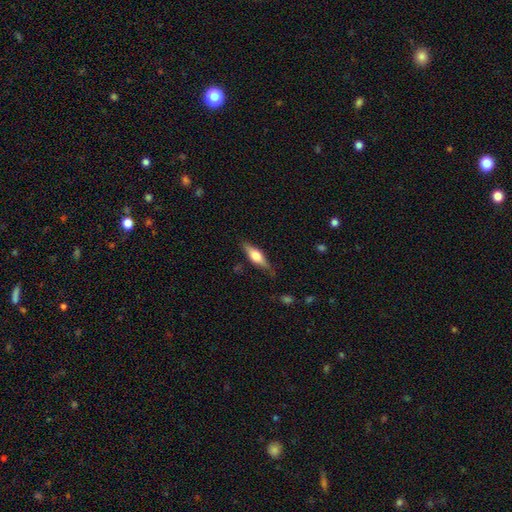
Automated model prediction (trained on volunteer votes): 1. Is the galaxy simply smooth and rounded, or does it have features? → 48% smooth, 46% featured or disk, 6% star or artifact.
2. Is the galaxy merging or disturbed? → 78% none, 17% minor disturbance, 4% major disturbance, 2% merger.